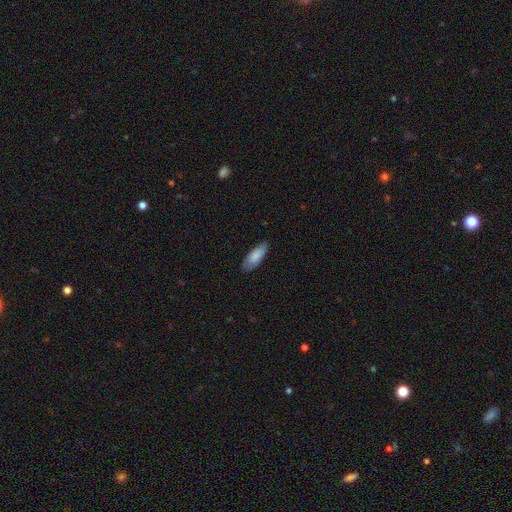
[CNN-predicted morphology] A smooth galaxy with no disk features (85%) that is in between round and cigar-shaped (71%).

Vote fractions:
- Smooth or featured? smooth: 85% / featured or disk: 9% / star or artifact: 6%
- How rounded? in between: 71% / cigar-shaped: 27% / round: 2%
- Merging? none: 80% / minor disturbance: 16% / major disturbance: 3% / merger: 1%